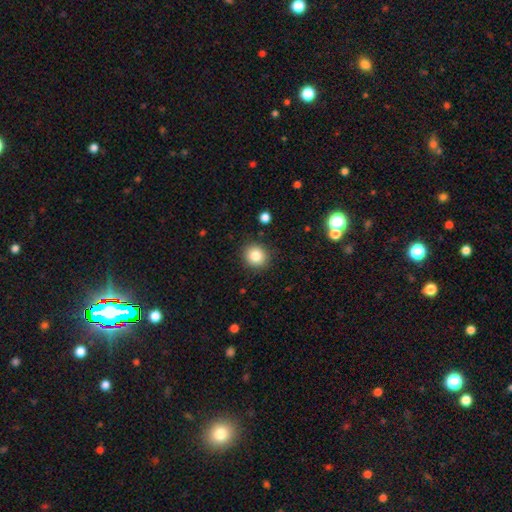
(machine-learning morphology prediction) Smooth or featured?
  - smooth: 84% *
  - star or artifact: 10%
  - featured or disk: 6%
How rounded?
  - round: 84% *
  - in between: 16%
  - cigar-shaped: 1%
Merging?
  - none: 89% *
  - minor disturbance: 7%
  - major disturbance: 2%
  - merger: 1%